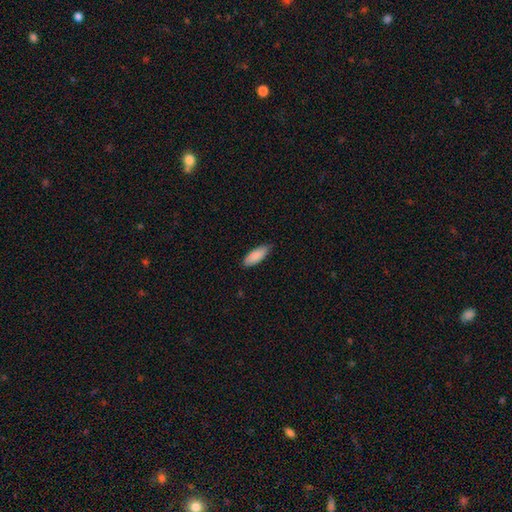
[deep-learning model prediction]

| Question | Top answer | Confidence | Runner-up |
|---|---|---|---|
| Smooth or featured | smooth | 88% | featured or disk (6%) |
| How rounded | in between | 73% | cigar-shaped (25%) |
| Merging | none | 79% | minor disturbance (18%) |